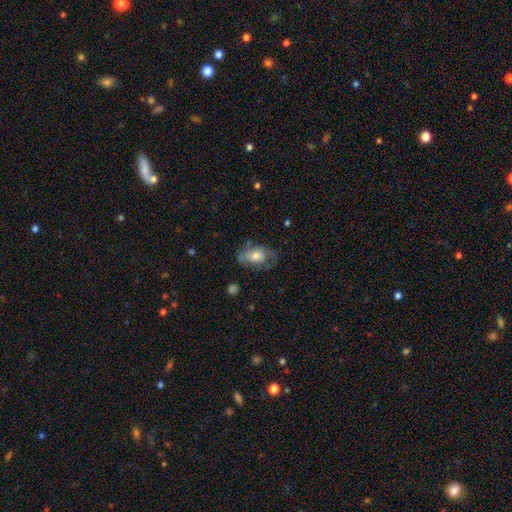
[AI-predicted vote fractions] Smooth or featured?
  - smooth: 51% *
  - featured or disk: 41%
  - star or artifact: 8%
How rounded?
  - in between: 82% *
  - round: 16%
  - cigar-shaped: 2%
Merging?
  - none: 54% *
  - minor disturbance: 26%
  - major disturbance: 18%
  - merger: 2%